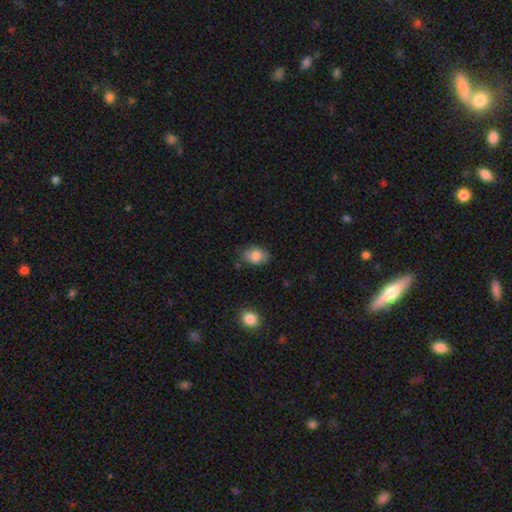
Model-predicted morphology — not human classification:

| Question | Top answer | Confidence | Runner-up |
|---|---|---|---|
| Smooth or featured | smooth | 83% | featured or disk (9%) |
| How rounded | in between | 80% | round (19%) |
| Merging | none | 78% | minor disturbance (17%) |